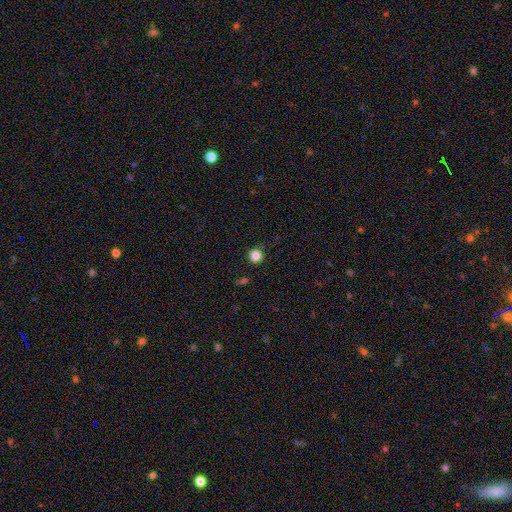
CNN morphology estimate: Smooth or featured? smooth (84%)
How rounded? round (94%)
Merging? none (87%)